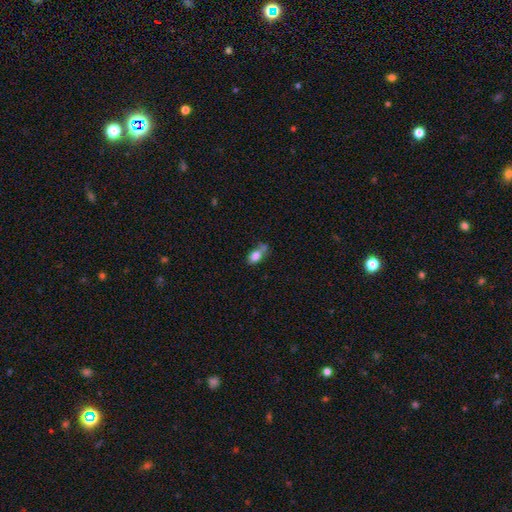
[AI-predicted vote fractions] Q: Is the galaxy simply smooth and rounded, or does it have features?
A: smooth — 79%.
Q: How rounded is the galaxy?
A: in between — 80%.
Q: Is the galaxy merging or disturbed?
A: none — 37%.